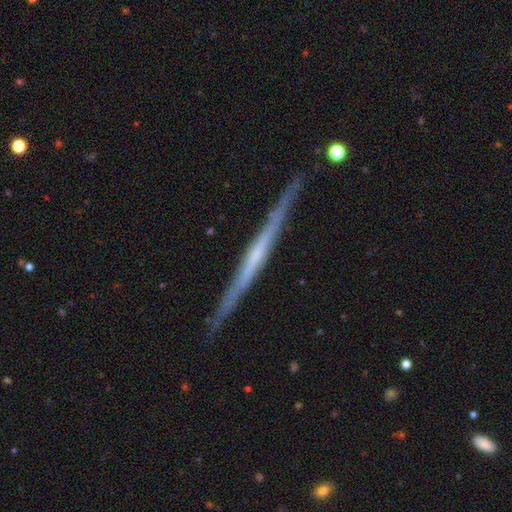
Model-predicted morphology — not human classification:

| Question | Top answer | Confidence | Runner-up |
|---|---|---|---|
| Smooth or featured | featured or disk | 74% | smooth (21%) |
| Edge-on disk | yes | 98% | no (2%) |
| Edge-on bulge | none | 72% | rounded (18%) |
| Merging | none | 90% | minor disturbance (7%) |